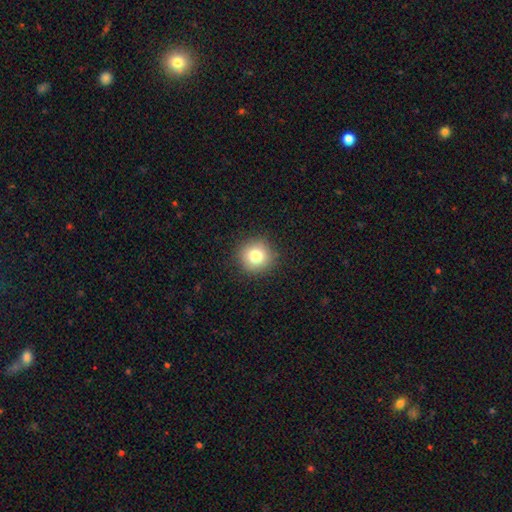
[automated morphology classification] This is clearly a smooth galaxy (81%). How rounded: clearly round (93%). Merging: clearly none (90%).